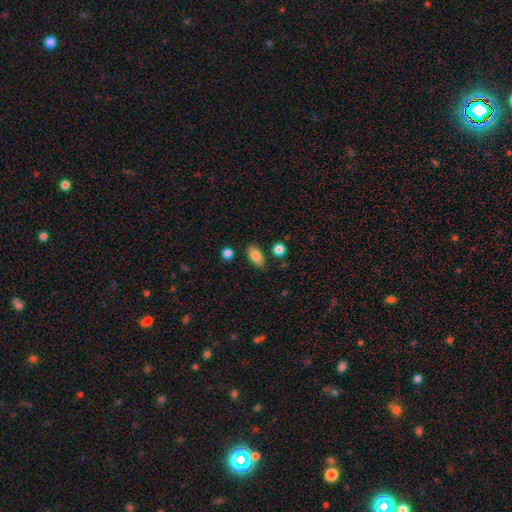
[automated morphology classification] Smooth or featured? Predicted: smooth (p=0.85). How rounded? Predicted: in between (p=0.89). Merging? Predicted: none (p=0.80).